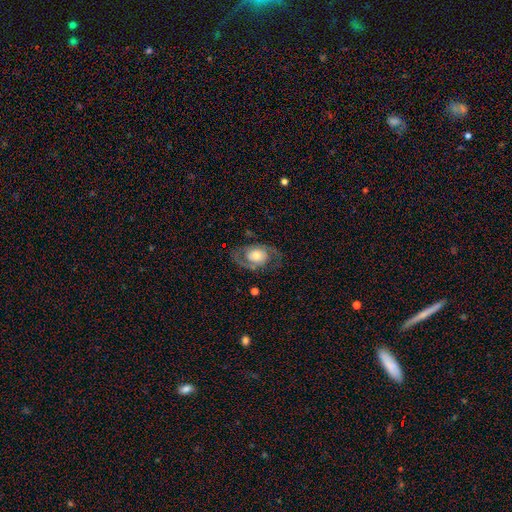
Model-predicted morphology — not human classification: A featured or disk galaxy (67%) with no bar (75%), spiral arms (74%) and a moderate central bulge (49%).

Vote fractions:
- Smooth or featured? featured or disk: 67% / smooth: 26% / star or artifact: 7%
- Edge-on disk? no: 95% / yes: 5%
- Bar? no: 75% / weak: 19% / strong: 5%
- Spiral arms? yes: 74% / no: 26%
- Bulge size? moderate: 49% / large: 24% / small: 21% / dominant: 4% / none: 2%
- Merging? none: 70% / minor disturbance: 16% / major disturbance: 13% / merger: 1%